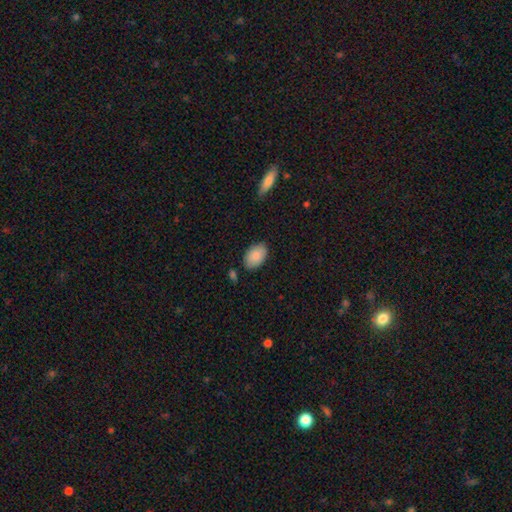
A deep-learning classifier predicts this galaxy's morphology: Smooth or featured?
  - smooth: 87% *
  - featured or disk: 7%
  - star or artifact: 6%
How rounded?
  - in between: 91% *
  - round: 8%
  - cigar-shaped: 1%
Merging?
  - none: 84% *
  - minor disturbance: 12%
  - major disturbance: 2%
  - merger: 2%